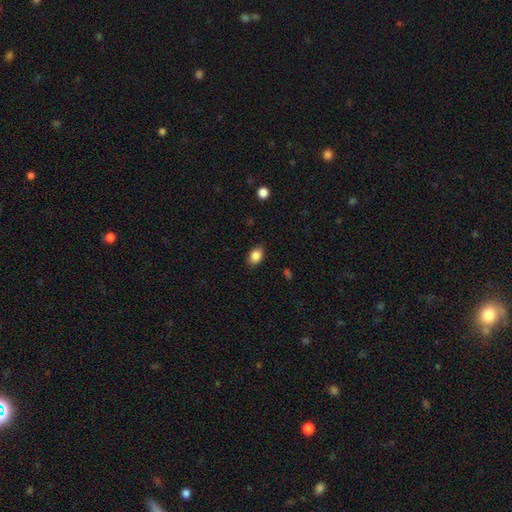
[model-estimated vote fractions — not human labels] The model was most divided on "how rounded": in between: 74%, round: 25%, cigar-shaped: 1%. More confident: merging — none (86%); smooth or featured — smooth (85%).